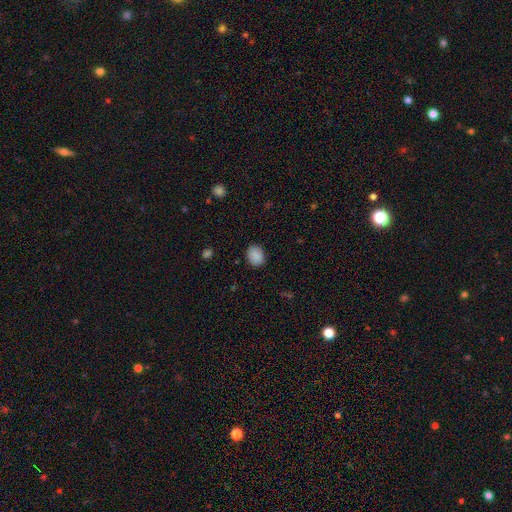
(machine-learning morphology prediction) smooth-or-featured: smooth: 89% | star or artifact: 8% | featured or disk: 3%
  how-rounded: in between: 55% | round: 44% | cigar-shaped: 1%
  merging: none: 86% | minor disturbance: 11% | major disturbance: 3% | merger: 1%